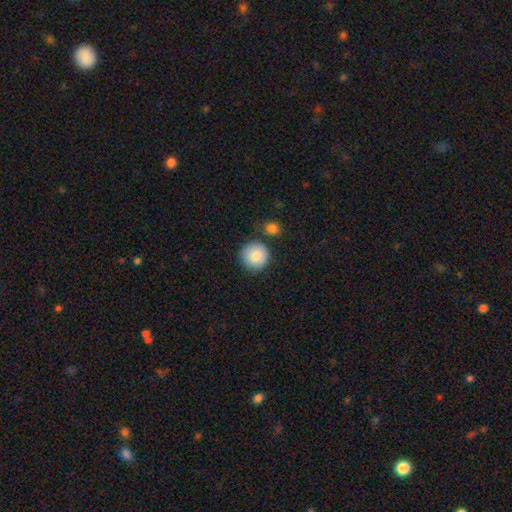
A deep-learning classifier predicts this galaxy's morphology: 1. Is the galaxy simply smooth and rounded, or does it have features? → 85% smooth, 8% star or artifact, 7% featured or disk.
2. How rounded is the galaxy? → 95% round, 4% in between, 1% cigar-shaped.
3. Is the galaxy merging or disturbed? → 80% none, 9% minor disturbance, 8% merger, 3% major disturbance.